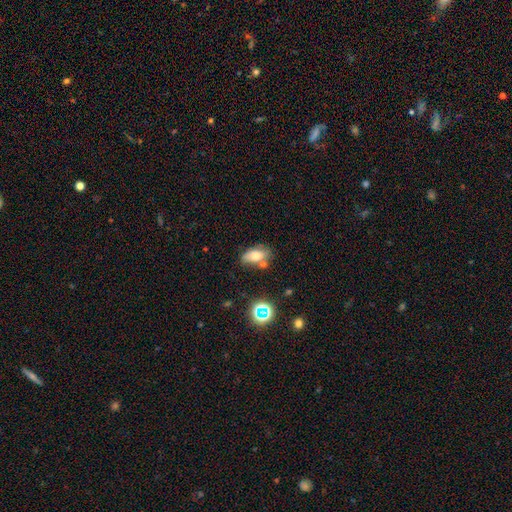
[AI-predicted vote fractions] smooth-or-featured: smooth: 66% | featured or disk: 21% | star or artifact: 12%
  how-rounded: in between: 86% | round: 8% | cigar-shaped: 5%
  merging: none: 56% | minor disturbance: 22% | merger: 17% | major disturbance: 6%